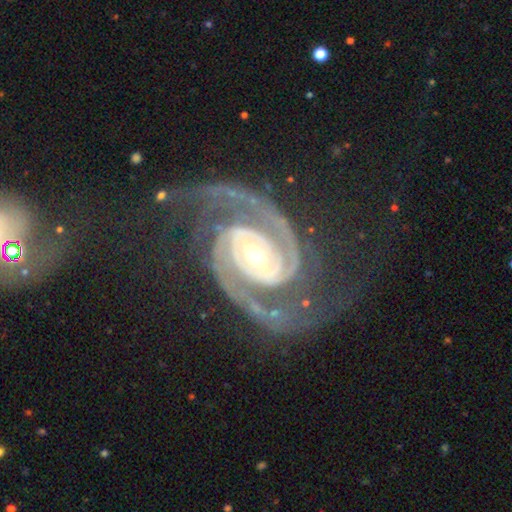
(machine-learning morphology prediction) This is clearly a featured or disk galaxy (93%). It is clearly not viewed edge-on (98%). Bar: marginally weak (36%). Spiral arm pattern: clearly yes (99%). Spiral arm count: clearly 2 (90%). Spiral winding: possibly tight (48%). Central bulge: likely moderate (65%). Merging: likely none (70%).